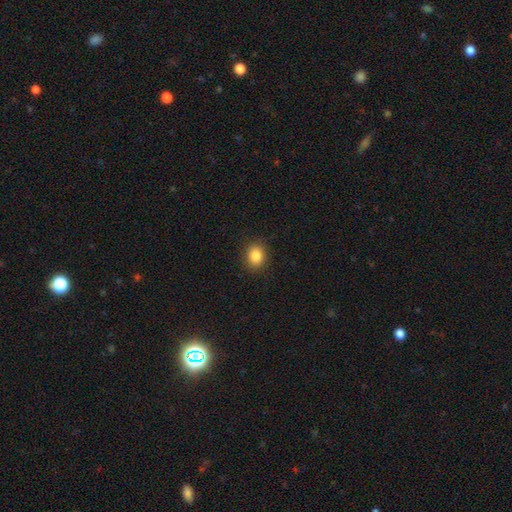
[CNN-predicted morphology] smooth_or_featured: smooth (p=0.86) [alt: star or artifact p=0.10]
how_rounded: round (p=0.61) [alt: in between p=0.38]
merging: none (p=0.89) [alt: minor disturbance p=0.08]